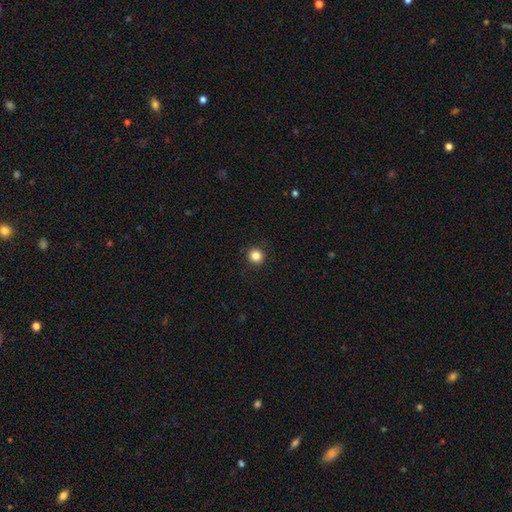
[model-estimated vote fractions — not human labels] The model was most divided on "smooth or featured": smooth: 84%, star or artifact: 11%, featured or disk: 4%. More confident: how rounded — round (94%); merging — none (92%).